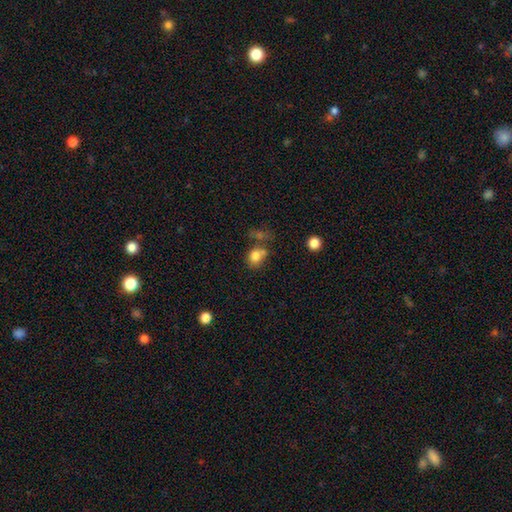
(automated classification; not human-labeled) The model was most divided on "how rounded": round: 52%, in between: 46%, cigar-shaped: 1%. Remaining: smooth or featured — smooth (80%); merging — none (44%).